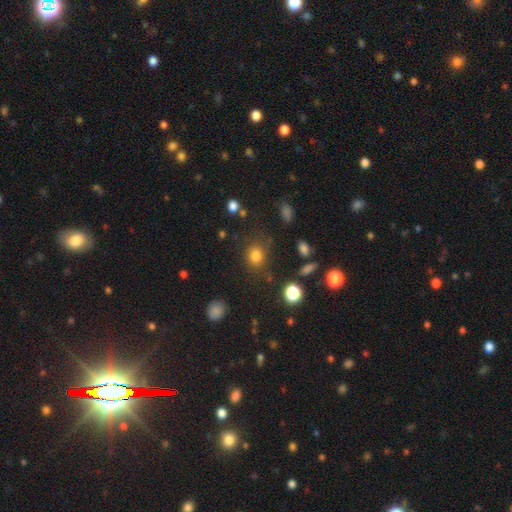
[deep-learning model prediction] smooth_or_featured: smooth (p=0.78) [alt: star or artifact p=0.14]
how_rounded: round (p=0.65) [alt: in between p=0.34]
merging: none (p=0.73) [alt: minor disturbance p=0.16]